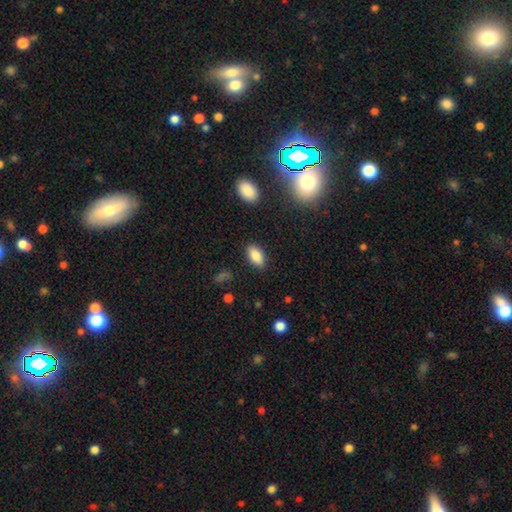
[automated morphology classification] Smooth or featured?
  - smooth: 85% *
  - star or artifact: 8%
  - featured or disk: 7%
How rounded?
  - in between: 91% *
  - cigar-shaped: 5%
  - round: 4%
Merging?
  - none: 87% *
  - minor disturbance: 9%
  - major disturbance: 3%
  - merger: 1%